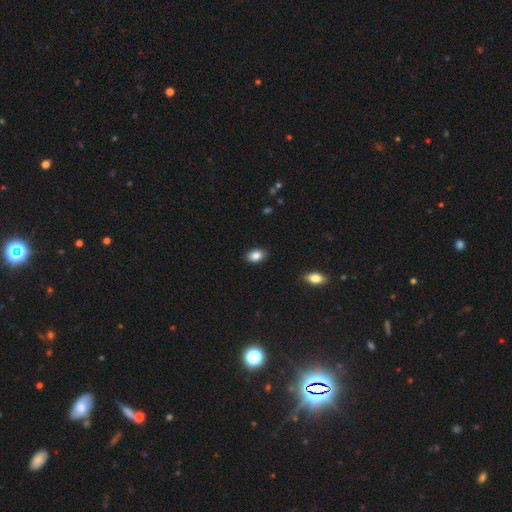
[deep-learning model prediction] Smooth or featured?
  - smooth: 86% *
  - star or artifact: 8%
  - featured or disk: 5%
How rounded?
  - in between: 81% *
  - round: 18%
  - cigar-shaped: 1%
Merging?
  - none: 88% *
  - minor disturbance: 9%
  - major disturbance: 2%
  - merger: 1%